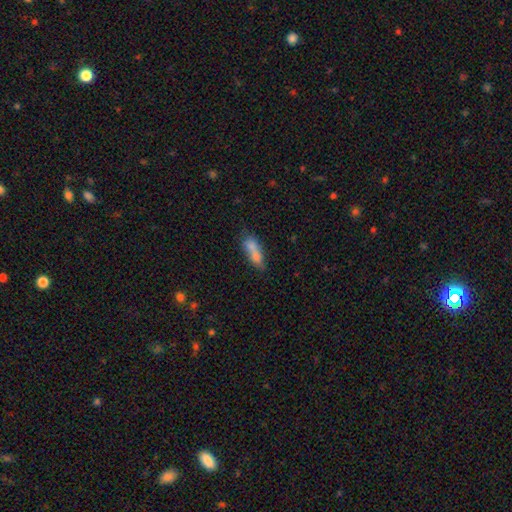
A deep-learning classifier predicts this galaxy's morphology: Q: Smooth or featured?
A: smooth (68%); runner-up: featured or disk (22%)
Q: How rounded?
A: in between (58%); runner-up: cigar-shaped (35%)
Q: Merging?
A: merger (47%); runner-up: none (33%)